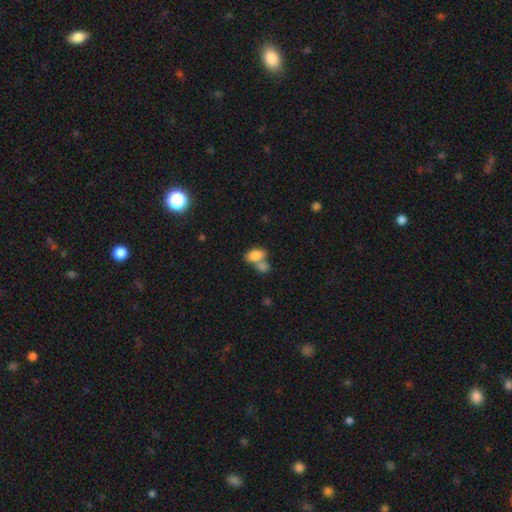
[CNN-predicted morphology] Smooth or featured? smooth (83%)
How rounded? in between (90%)
Merging? merger (49%)